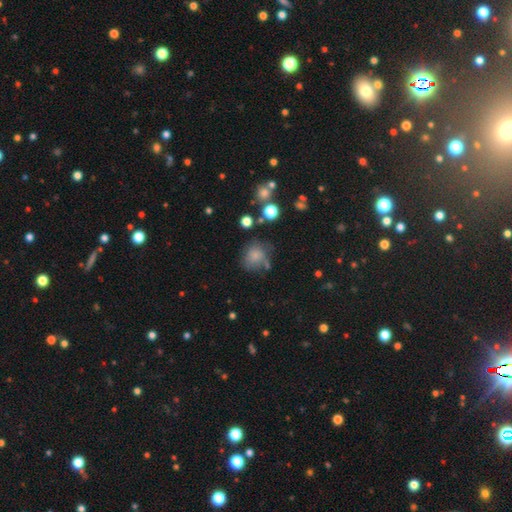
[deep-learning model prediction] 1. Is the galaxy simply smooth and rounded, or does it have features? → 77% smooth, 12% star or artifact, 11% featured or disk.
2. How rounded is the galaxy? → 75% round, 24% in between, 1% cigar-shaped.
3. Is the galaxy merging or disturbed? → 57% none, 23% minor disturbance, 12% major disturbance, 8% merger.